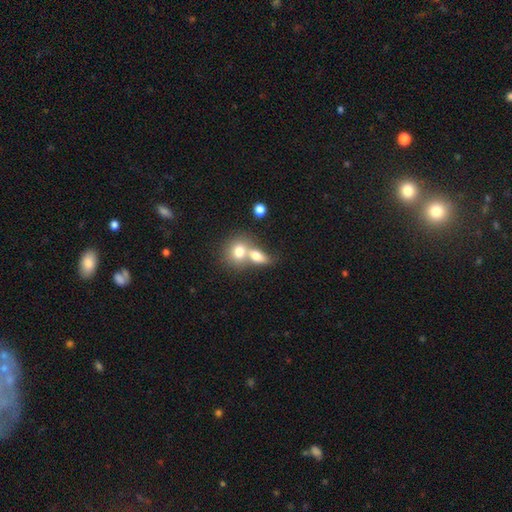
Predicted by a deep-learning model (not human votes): Smooth or featured: smooth — 74% (featured or disk — 18%)
How rounded: in between — 60% (round — 36%)
Merging: merger — 67% (none — 23%)